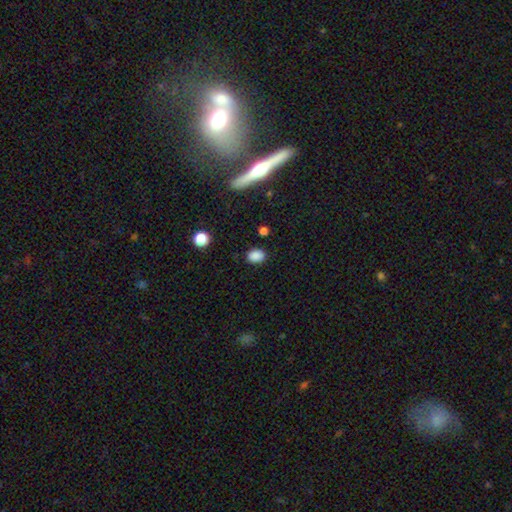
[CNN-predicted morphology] smooth_or_featured: smooth (p=0.85) [alt: star or artifact p=0.11]
how_rounded: in between (p=0.67) [alt: round p=0.32]
merging: none (p=0.85) [alt: minor disturbance p=0.10]